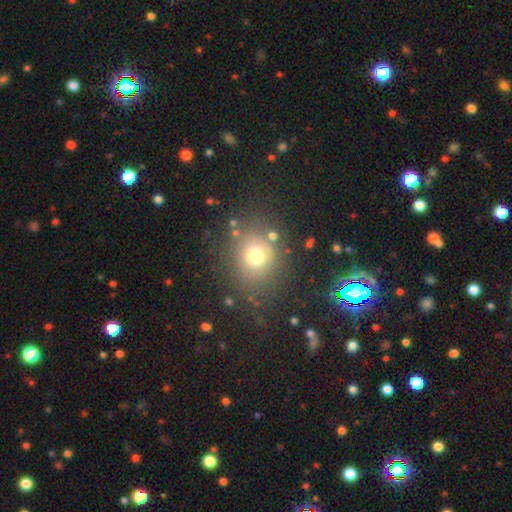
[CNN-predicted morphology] Smooth or featured?
  - smooth: 71% *
  - star or artifact: 17%
  - featured or disk: 12%
How rounded?
  - round: 72% *
  - in between: 27%
  - cigar-shaped: 1%
Merging?
  - none: 76% *
  - minor disturbance: 12%
  - major disturbance: 7%
  - merger: 5%